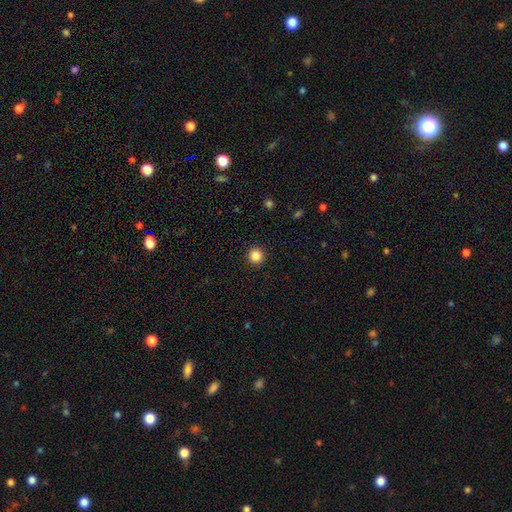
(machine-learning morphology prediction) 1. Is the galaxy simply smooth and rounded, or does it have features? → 85% smooth, 11% star or artifact, 4% featured or disk.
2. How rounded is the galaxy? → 95% round, 4% in between, 1% cigar-shaped.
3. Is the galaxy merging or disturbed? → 93% none, 5% minor disturbance, 2% major disturbance, 1% merger.